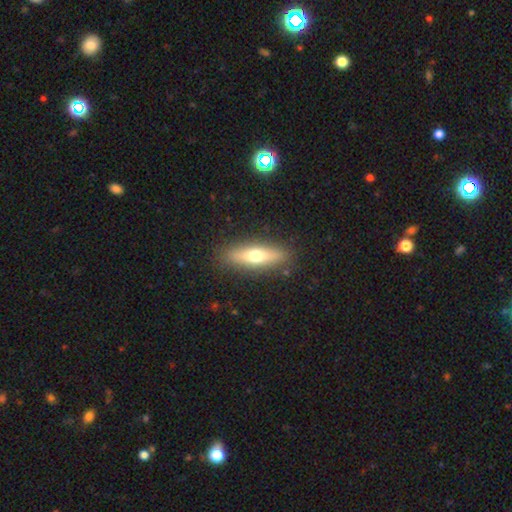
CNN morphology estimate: Smooth or featured: smooth — 56% (featured or disk — 37%)
How rounded: cigar-shaped — 58% (in between — 39%)
Merging: none — 87% (minor disturbance — 9%)